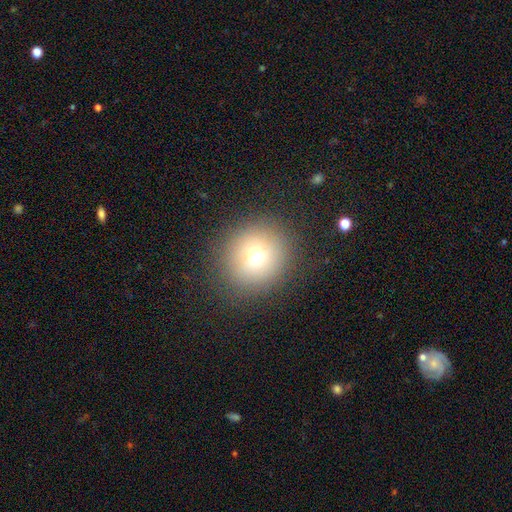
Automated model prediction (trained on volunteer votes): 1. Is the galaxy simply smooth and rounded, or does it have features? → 71% smooth, 17% star or artifact, 13% featured or disk.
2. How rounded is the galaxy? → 91% round, 8% in between, 1% cigar-shaped.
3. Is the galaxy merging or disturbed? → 87% none, 7% minor disturbance, 4% major disturbance, 1% merger.